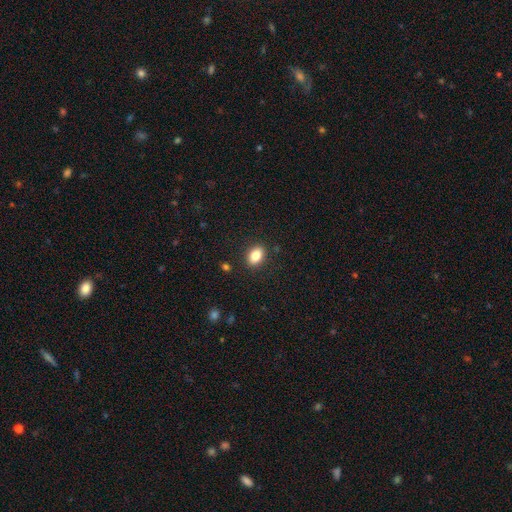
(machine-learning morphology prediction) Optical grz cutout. It shows a smooth galaxy with no disk features (84%) that is in between round and cigar-shaped (81%). Merging: none (88%).